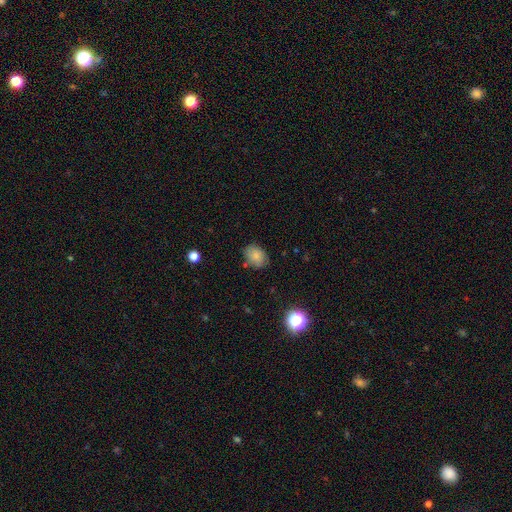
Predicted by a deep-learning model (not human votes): smooth-or-featured: smooth: 78% | featured or disk: 12% | star or artifact: 10%
  how-rounded: in between: 67% | round: 32% | cigar-shaped: 1%
  merging: none: 74% | minor disturbance: 19% | major disturbance: 4% | merger: 3%